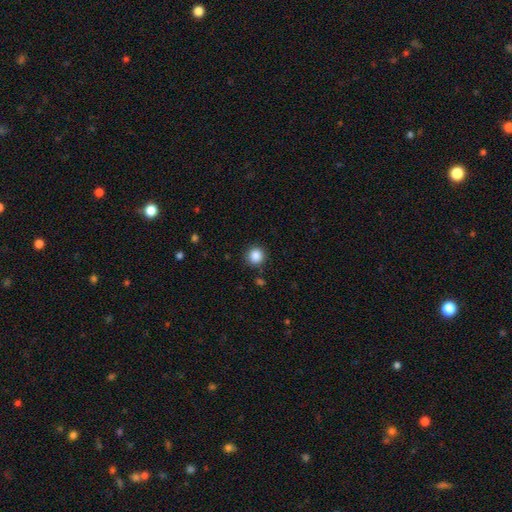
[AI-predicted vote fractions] smooth-or-featured: smooth: 86% | star or artifact: 10% | featured or disk: 3%
  how-rounded: round: 93% | in between: 6% | cigar-shaped: 1%
  merging: none: 89% | minor disturbance: 7% | major disturbance: 2% | merger: 2%